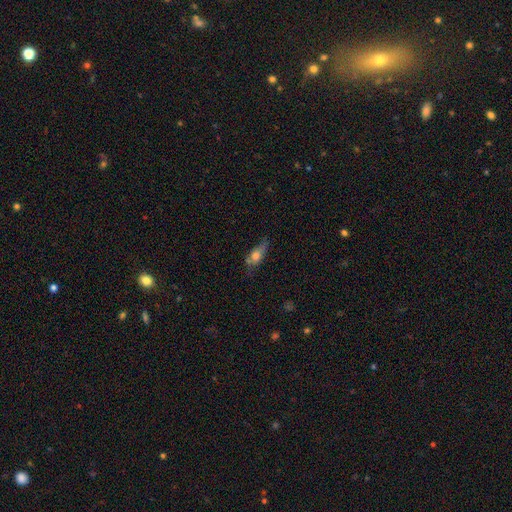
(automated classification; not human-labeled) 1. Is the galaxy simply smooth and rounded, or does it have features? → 59% smooth, 31% featured or disk, 9% star or artifact.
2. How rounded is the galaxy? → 64% in between, 28% cigar-shaped, 8% round.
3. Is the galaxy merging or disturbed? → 47% none, 31% minor disturbance, 15% major disturbance, 7% merger.